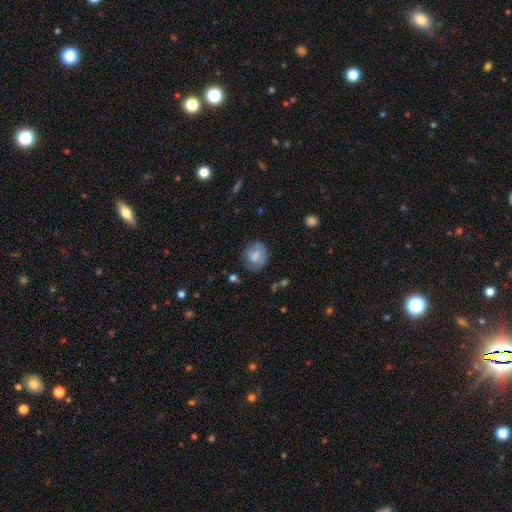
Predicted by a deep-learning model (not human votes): smooth 74%, featured or disk 19%, star or artifact 8%. Down the decision tree: how rounded — round (73%); merging — none (69%).